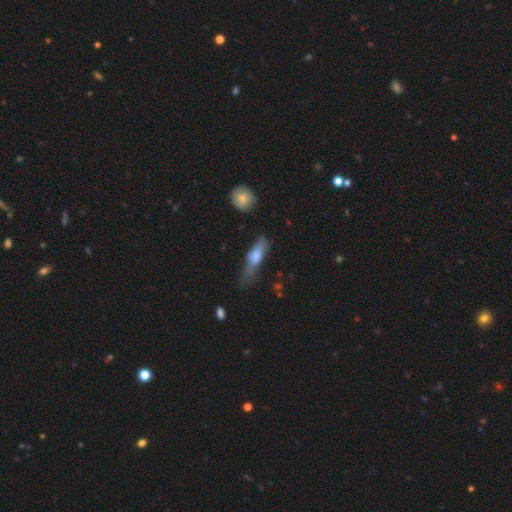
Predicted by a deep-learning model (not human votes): Smooth or featured? Predicted: smooth (p=0.57). How rounded? Predicted: cigar-shaped (p=0.65). Merging? Predicted: none (p=0.53).